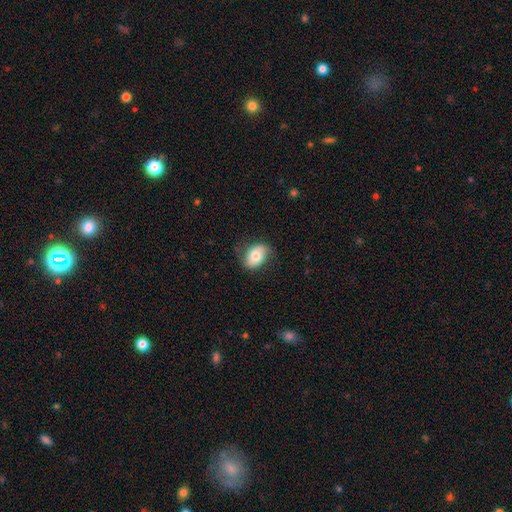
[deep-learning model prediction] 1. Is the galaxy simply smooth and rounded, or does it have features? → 72% smooth, 21% featured or disk, 7% star or artifact.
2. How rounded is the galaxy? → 79% in between, 20% round, 1% cigar-shaped.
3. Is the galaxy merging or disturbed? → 73% none, 20% minor disturbance, 5% major disturbance, 1% merger.